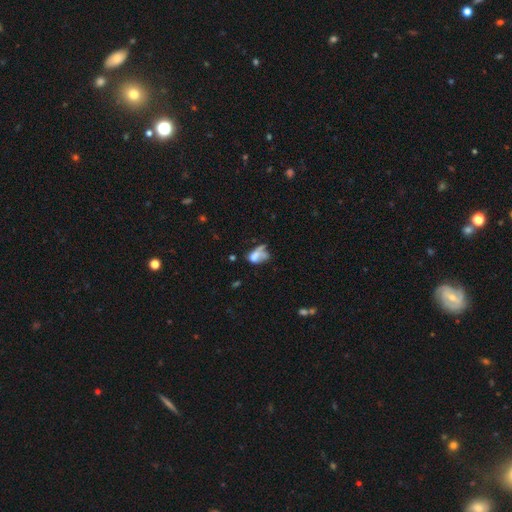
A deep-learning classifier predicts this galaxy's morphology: Q: Smooth or featured?
A: smooth (54%); runner-up: featured or disk (32%)
Q: How rounded?
A: in between (80%); runner-up: round (15%)
Q: Merging?
A: major disturbance (32%); runner-up: merger (29%)